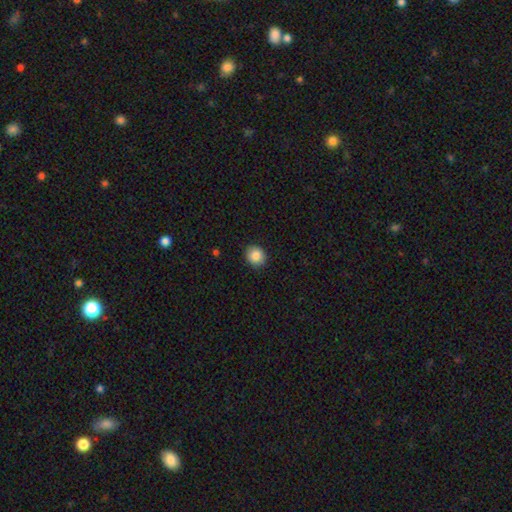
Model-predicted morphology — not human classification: Smooth or featured? Predicted: smooth (p=0.87). How rounded? Predicted: round (p=0.81). Merging? Predicted: none (p=0.90).